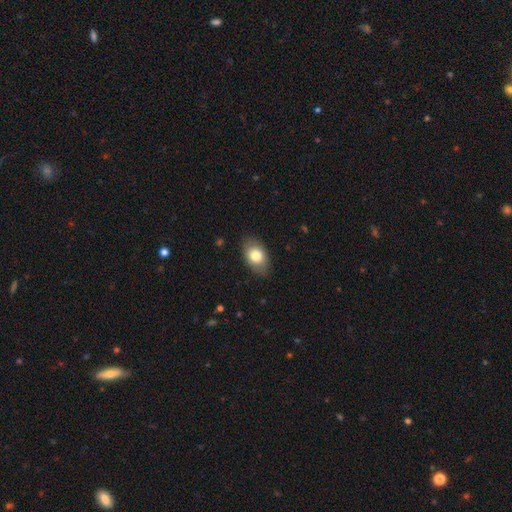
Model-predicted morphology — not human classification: Smooth or featured? smooth (79%)
How rounded? in between (87%)
Merging? none (84%)